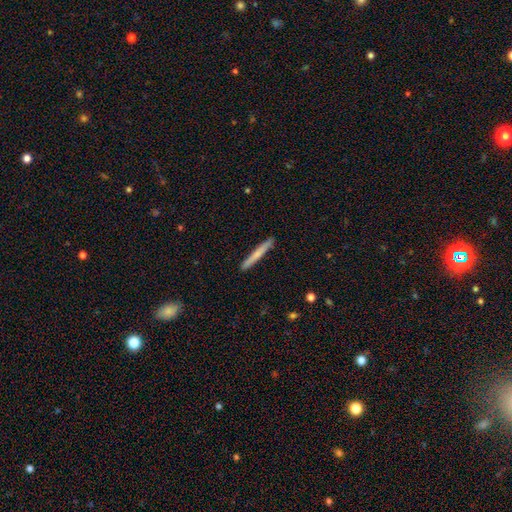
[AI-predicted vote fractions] A smooth galaxy with no disk features (66%) that is cigar-shaped (97%).

Vote fractions:
- Smooth or featured? smooth: 66% / featured or disk: 29% / star or artifact: 5%
- How rounded? cigar-shaped: 97% / in between: 2% / round: 1%
- Merging? none: 91% / minor disturbance: 6% / major disturbance: 1% / merger: 1%